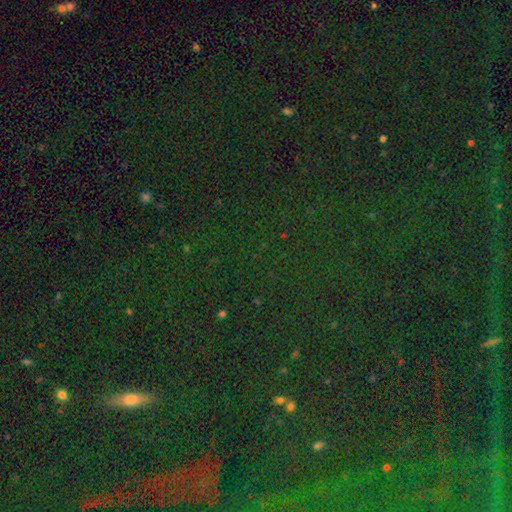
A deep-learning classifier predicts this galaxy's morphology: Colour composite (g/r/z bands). It shows a star or artifact, not a galaxy (76%).